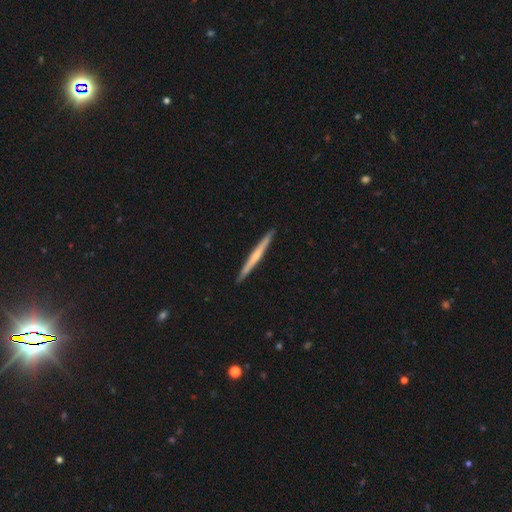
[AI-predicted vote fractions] Smooth or featured?
  - featured or disk: 60% *
  - smooth: 35%
  - star or artifact: 5%
Edge-on disk?
  - yes: 98% *
  - no: 2%
Edge-on bulge?
  - rounded: 48% *
  - none: 47%
  - boxy: 5%
Merging?
  - none: 93% *
  - minor disturbance: 5%
  - major disturbance: 1%
  - merger: 1%